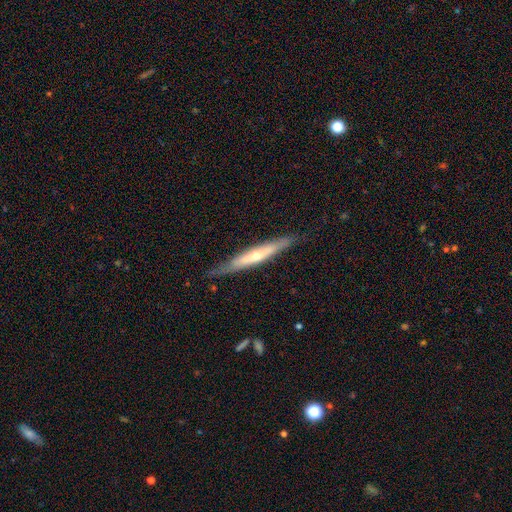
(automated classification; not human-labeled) Smooth or featured? Predicted: featured or disk (p=0.61). Edge-on disk? Predicted: yes (p=0.90). Edge-on bulge? Predicted: rounded (p=0.67). Merging? Predicted: none (p=0.83).